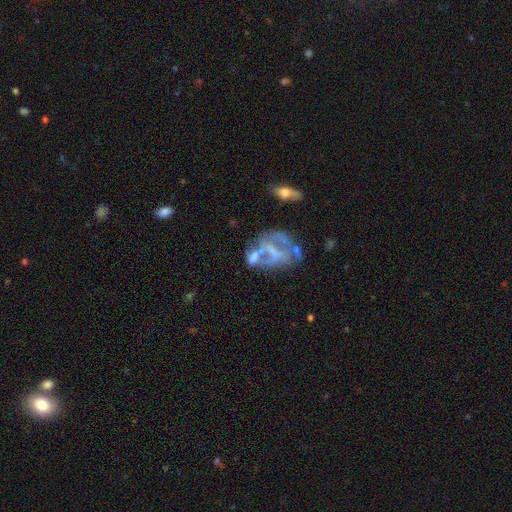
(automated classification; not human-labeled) A featured or disk galaxy (65%) with no bar (62%), no spiral arms (75%) and no central bulge (62%).

Vote fractions:
- Smooth or featured? featured or disk: 65% / smooth: 21% / star or artifact: 14%
- Edge-on disk? no: 96% / yes: 4%
- Bar? no: 62% / weak: 23% / strong: 15%
- Spiral arms? no: 75% / yes: 25%
- Bulge size? none: 62% / small: 18% / moderate: 16% / large: 3% / dominant: 1%
- Merging? none: 33% / major disturbance: 27% / merger: 23% / minor disturbance: 17%